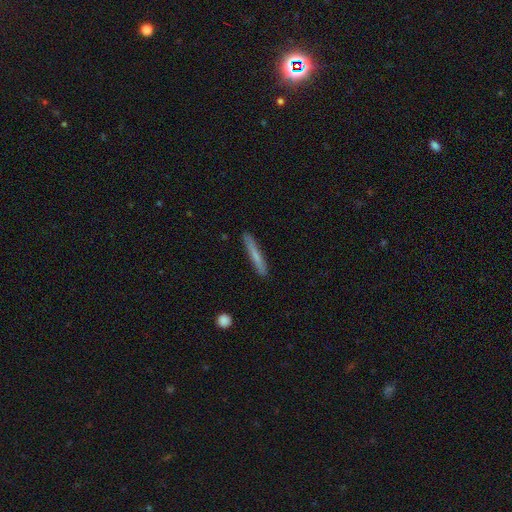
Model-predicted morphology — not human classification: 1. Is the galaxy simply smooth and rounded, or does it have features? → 65% smooth, 29% featured or disk, 6% star or artifact.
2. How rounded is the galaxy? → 95% cigar-shaped, 4% in between, 1% round.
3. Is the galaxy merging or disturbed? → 88% none, 9% minor disturbance, 2% major disturbance, 1% merger.